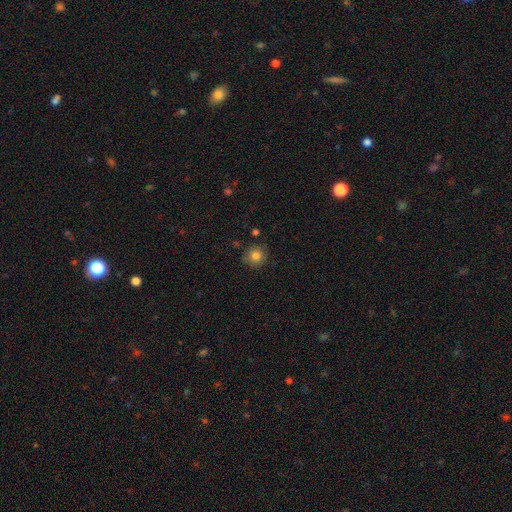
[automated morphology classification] Overall: smooth (81%). How rounded: round (91%). Merging: none (81%).